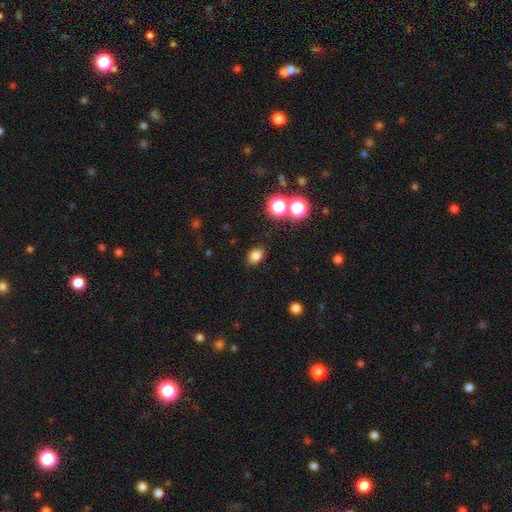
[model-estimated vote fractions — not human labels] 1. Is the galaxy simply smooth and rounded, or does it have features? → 79% smooth, 15% star or artifact, 5% featured or disk.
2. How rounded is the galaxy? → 69% in between, 30% round, 1% cigar-shaped.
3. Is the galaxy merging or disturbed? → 86% none, 9% minor disturbance, 3% major disturbance, 2% merger.